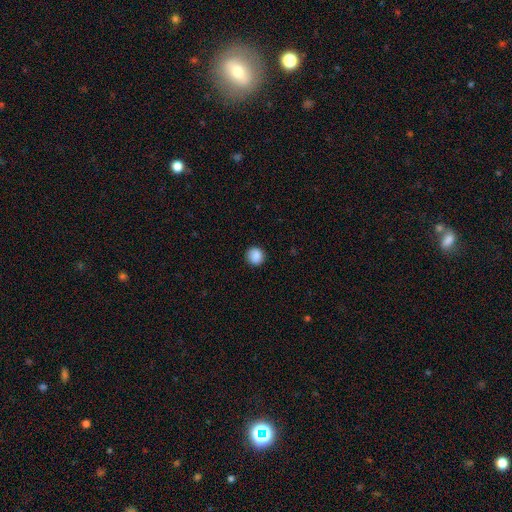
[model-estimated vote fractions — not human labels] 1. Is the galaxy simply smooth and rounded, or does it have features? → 87% smooth, 9% star or artifact, 4% featured or disk.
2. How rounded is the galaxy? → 91% round, 8% in between, 1% cigar-shaped.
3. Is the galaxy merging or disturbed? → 88% none, 9% minor disturbance, 2% major disturbance, 1% merger.